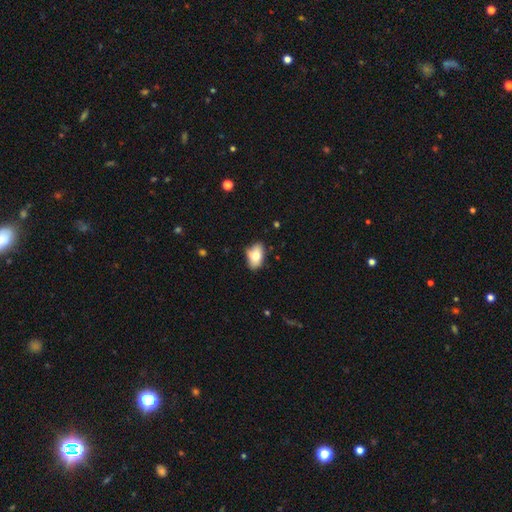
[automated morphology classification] Smooth or featured? Predicted: smooth (p=0.76). How rounded? Predicted: in between (p=0.89). Merging? Predicted: none (p=0.64).